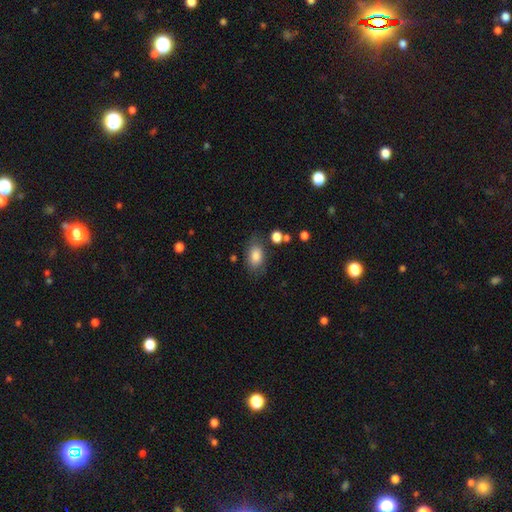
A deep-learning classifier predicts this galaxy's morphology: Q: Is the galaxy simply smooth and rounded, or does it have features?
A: smooth — 83%.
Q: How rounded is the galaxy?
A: in between — 87%.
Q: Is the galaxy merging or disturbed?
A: none — 74%.